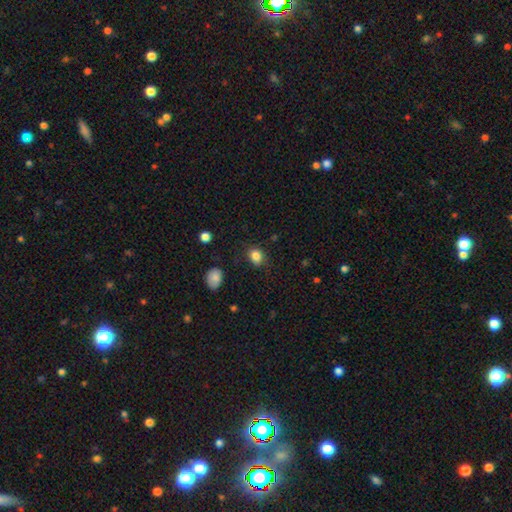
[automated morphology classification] Smooth or featured? Predicted: smooth (p=0.84). How rounded? Predicted: in between (p=0.52). Merging? Predicted: none (p=0.77).